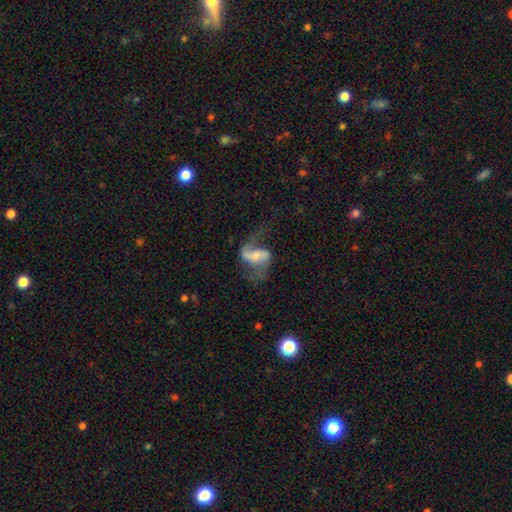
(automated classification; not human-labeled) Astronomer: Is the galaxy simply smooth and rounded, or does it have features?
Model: featured or disk — 79%.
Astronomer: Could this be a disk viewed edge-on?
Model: no — 97%.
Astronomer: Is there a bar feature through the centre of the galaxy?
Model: weak — 42% (runner-up: strong, 31%).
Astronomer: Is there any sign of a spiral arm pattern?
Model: yes — 90%.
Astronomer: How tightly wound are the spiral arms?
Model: loose — 75%.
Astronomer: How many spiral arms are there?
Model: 2 — 78%.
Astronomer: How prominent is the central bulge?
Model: small — 35% (runner-up: moderate, 29%).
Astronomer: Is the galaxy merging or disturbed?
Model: none — 40% (runner-up: major disturbance, 38%).